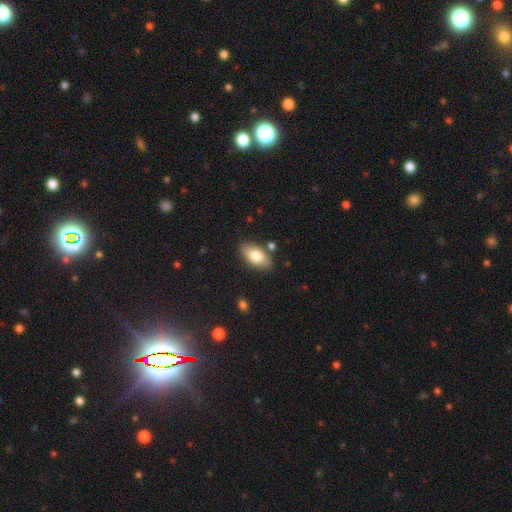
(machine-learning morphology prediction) Smooth or featured?
  - smooth: 79% *
  - featured or disk: 14%
  - star or artifact: 7%
How rounded?
  - in between: 91% *
  - cigar-shaped: 5%
  - round: 4%
Merging?
  - none: 81% *
  - minor disturbance: 12%
  - merger: 4%
  - major disturbance: 3%